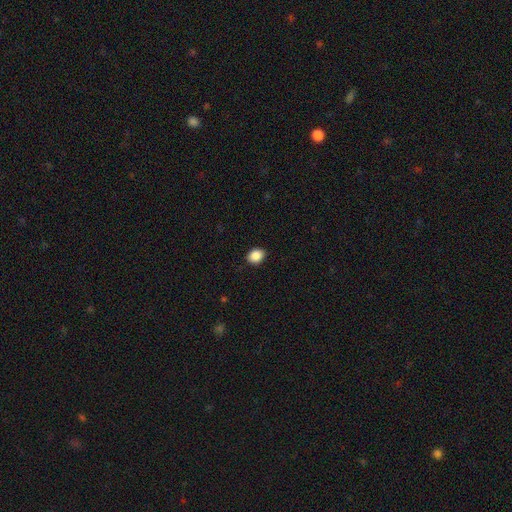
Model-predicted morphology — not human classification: smooth 89%, star or artifact 8%, featured or disk 3%. Down the decision tree: how rounded — in between (50%); merging — none (89%).